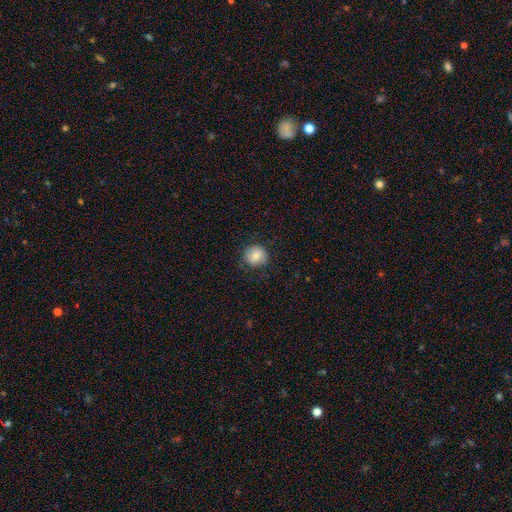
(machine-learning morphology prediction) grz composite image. It shows a smooth galaxy with no disk features (73%) that is round (85%). Merging: none (78%).